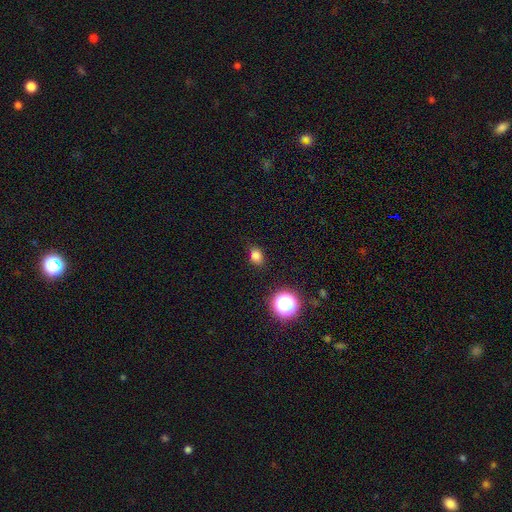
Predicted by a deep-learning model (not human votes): This appears to be a smooth galaxy with no disk features (79%) that is in between round and cigar-shaped (51%). Merging: none (77%).